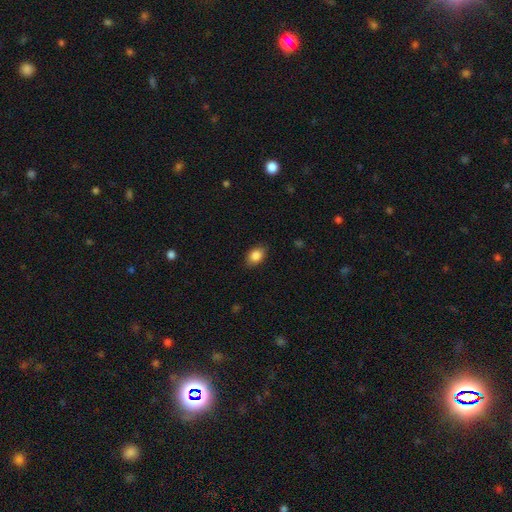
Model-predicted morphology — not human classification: Q: Smooth or featured?
A: smooth (86%); runner-up: star or artifact (8%)
Q: How rounded?
A: in between (79%); runner-up: round (19%)
Q: Merging?
A: none (86%); runner-up: minor disturbance (11%)